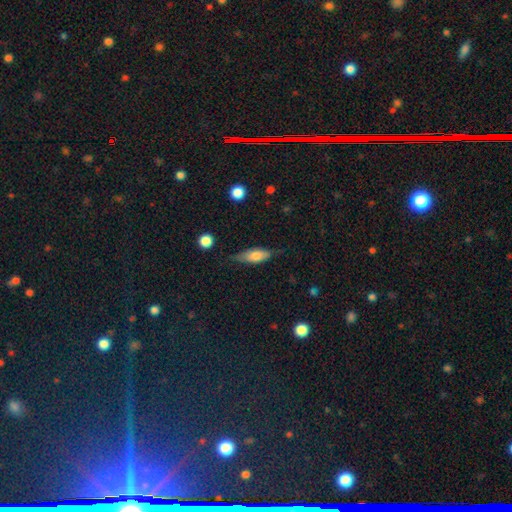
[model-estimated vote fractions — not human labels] Q: Smooth or featured?
A: smooth (67%); runner-up: featured or disk (26%)
Q: How rounded?
A: in between (67%); runner-up: cigar-shaped (30%)
Q: Merging?
A: none (66%); runner-up: minor disturbance (26%)